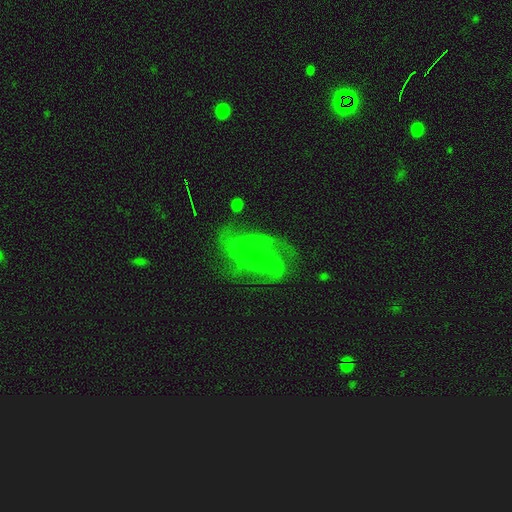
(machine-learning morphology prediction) Q: Smooth or featured?
A: featured or disk (82%); runner-up: smooth (10%)
Q: Edge-on disk?
A: no (97%); runner-up: yes (3%)
Q: Bar?
A: no (48%); runner-up: weak (42%)
Q: Spiral arms?
A: yes (94%); runner-up: no (6%)
Q: Spiral winding?
A: medium (50%); runner-up: tight (26%)
Q: Spiral arm count?
A: 2 (41%); runner-up: 3 (23%)
Q: Bulge size?
A: small (78%); runner-up: moderate (13%)
Q: Merging?
A: none (64%); runner-up: minor disturbance (20%)